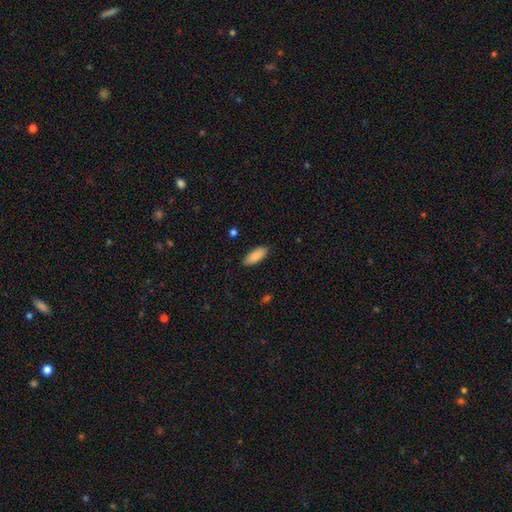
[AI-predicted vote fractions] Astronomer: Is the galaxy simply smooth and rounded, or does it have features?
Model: smooth — 88%.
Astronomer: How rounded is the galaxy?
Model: in between — 81%.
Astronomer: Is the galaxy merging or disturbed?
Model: none — 88%.